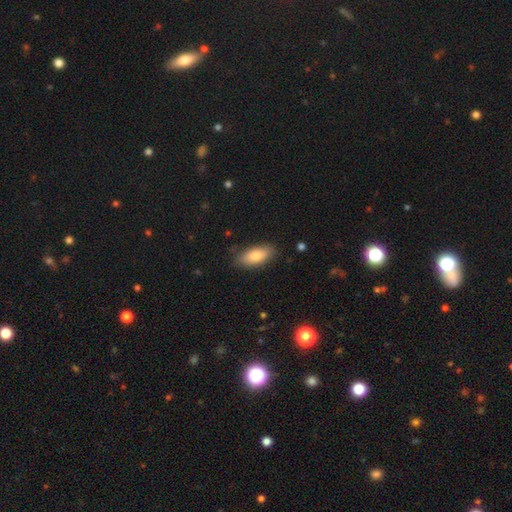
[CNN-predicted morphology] Smooth or featured: smooth — 81% (featured or disk — 13%)
How rounded: in between — 84% (cigar-shaped — 13%)
Merging: none — 84% (minor disturbance — 12%)